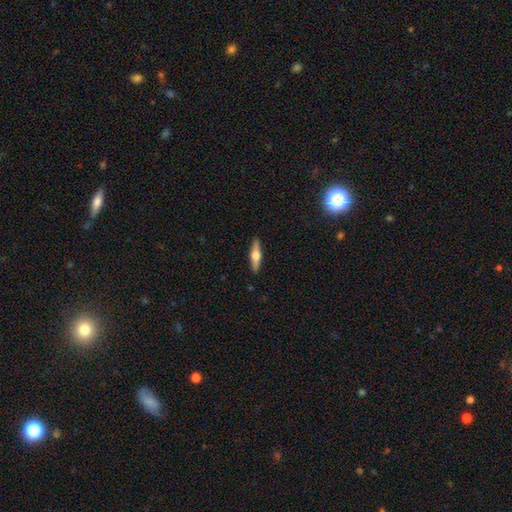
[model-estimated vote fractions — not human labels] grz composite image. It shows a featured or disk galaxy (59%) viewed edge-on (96%) with a rounded central bulge (94%). Merging: none (90%).